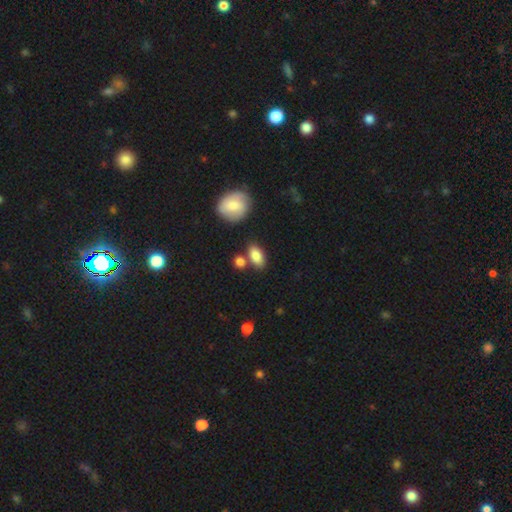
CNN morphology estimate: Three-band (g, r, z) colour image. It shows a smooth galaxy with no disk features (85%) that is in between round and cigar-shaped (85%). Merging: none (70%).